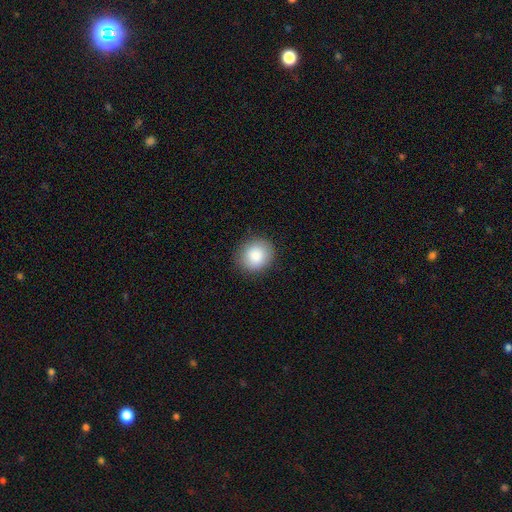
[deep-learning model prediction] A smooth galaxy with no disk features (86%) that is round (80%).

Vote fractions:
- Smooth or featured? smooth: 86% / star or artifact: 8% / featured or disk: 6%
- How rounded? round: 80% / in between: 19% / cigar-shaped: 1%
- Merging? none: 88% / minor disturbance: 8% / major disturbance: 2% / merger: 1%